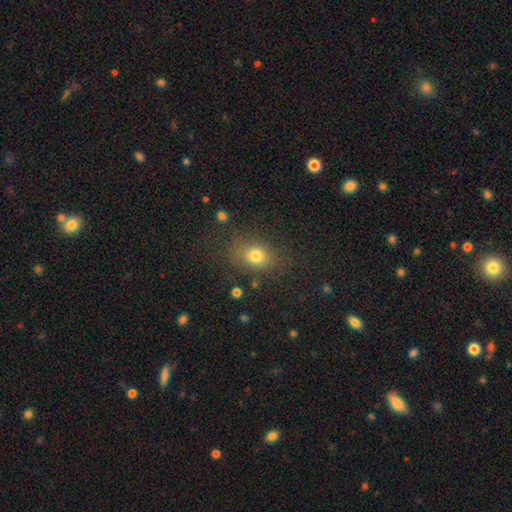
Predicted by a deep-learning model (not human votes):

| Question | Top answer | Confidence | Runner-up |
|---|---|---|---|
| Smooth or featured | smooth | 77% | star or artifact (14%) |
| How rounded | in between | 57% | round (41%) |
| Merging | none | 75% | minor disturbance (15%) |